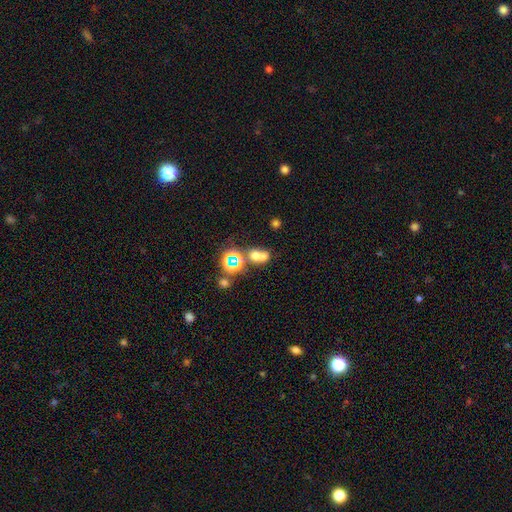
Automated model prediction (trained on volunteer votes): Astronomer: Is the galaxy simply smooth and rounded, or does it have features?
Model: smooth — 57%.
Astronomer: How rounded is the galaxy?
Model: round — 61% (runner-up: in between, 37%).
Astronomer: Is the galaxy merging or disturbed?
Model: merger — 52% (runner-up: none, 34%).